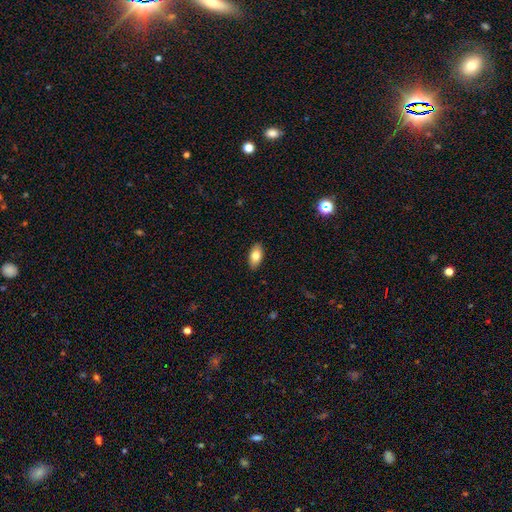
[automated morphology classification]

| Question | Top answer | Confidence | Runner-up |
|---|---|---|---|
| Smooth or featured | smooth | 79% | featured or disk (14%) |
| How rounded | in between | 91% | cigar-shaped (5%) |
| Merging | none | 89% | minor disturbance (8%) |